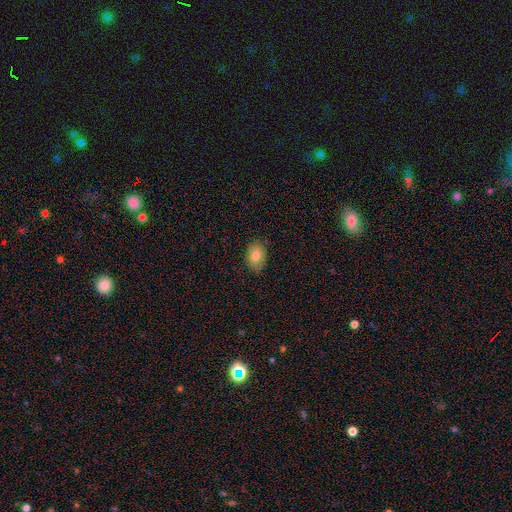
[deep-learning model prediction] Smooth or featured?
  - smooth: 79% *
  - featured or disk: 13%
  - star or artifact: 8%
How rounded?
  - in between: 79% *
  - round: 19%
  - cigar-shaped: 1%
Merging?
  - none: 84% *
  - minor disturbance: 13%
  - major disturbance: 2%
  - merger: 1%